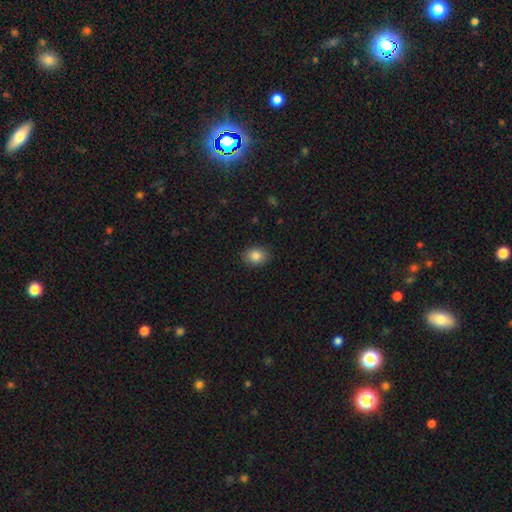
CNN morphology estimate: smooth_or_featured: smooth (p=0.86) [alt: star or artifact p=0.09]
how_rounded: round (p=0.50) [alt: in between p=0.49]
merging: none (p=0.87) [alt: minor disturbance p=0.09]